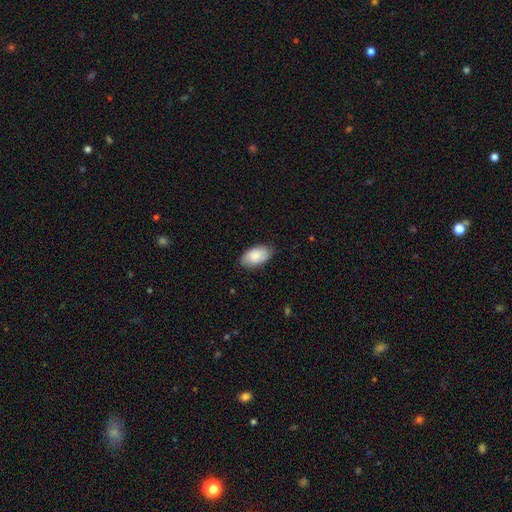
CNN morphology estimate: Smooth or featured: smooth — 83% (featured or disk — 11%)
How rounded: in between — 95% (round — 4%)
Merging: none — 82% (minor disturbance — 14%)